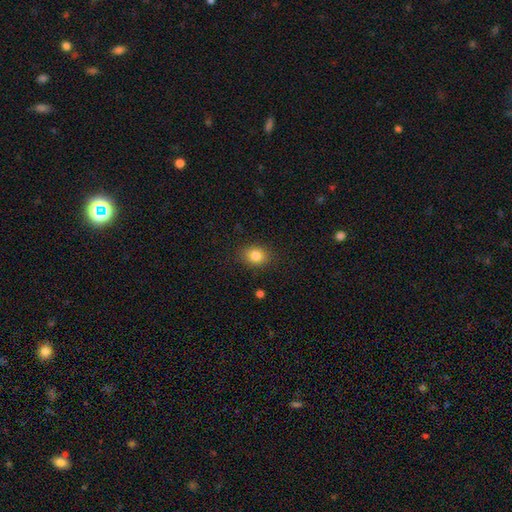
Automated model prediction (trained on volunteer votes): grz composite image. It shows a smooth galaxy with no disk features (84%) that is round (56%). Merging: none (86%).